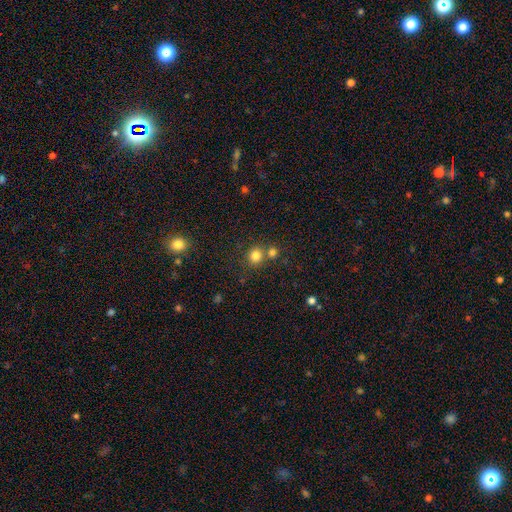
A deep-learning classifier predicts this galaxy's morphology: Smooth or featured?
  - smooth: 81% *
  - star or artifact: 13%
  - featured or disk: 6%
How rounded?
  - round: 87% *
  - in between: 12%
  - cigar-shaped: 1%
Merging?
  - none: 64% *
  - merger: 26%
  - minor disturbance: 8%
  - major disturbance: 3%